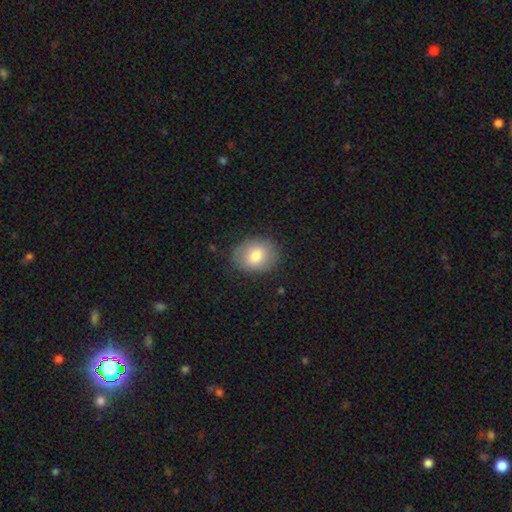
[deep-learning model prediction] A smooth galaxy with no disk features (75%) that is in between round and cigar-shaped (55%). Merging: none (81%).